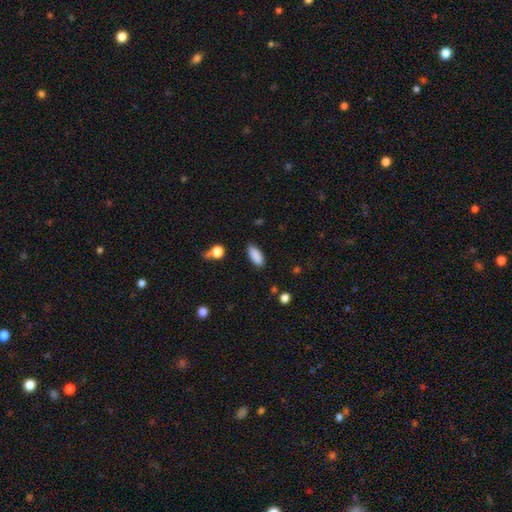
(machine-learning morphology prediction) smooth_or_featured: smooth (p=0.88) [alt: star or artifact p=0.07]
how_rounded: in between (p=0.82) [alt: cigar-shaped p=0.15]
merging: none (p=0.85) [alt: minor disturbance p=0.11]